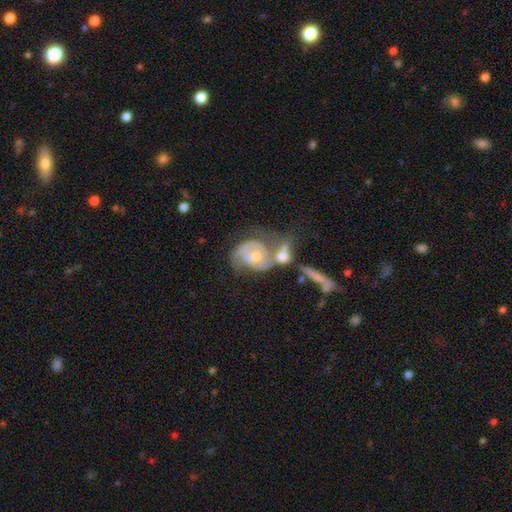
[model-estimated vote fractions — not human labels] A featured or disk galaxy (80%) with no bar (63%), 2 (65%) tight (45%) spiral arms (90%) and a moderate central bulge (47%, tied with small). Merging: merger (47%).